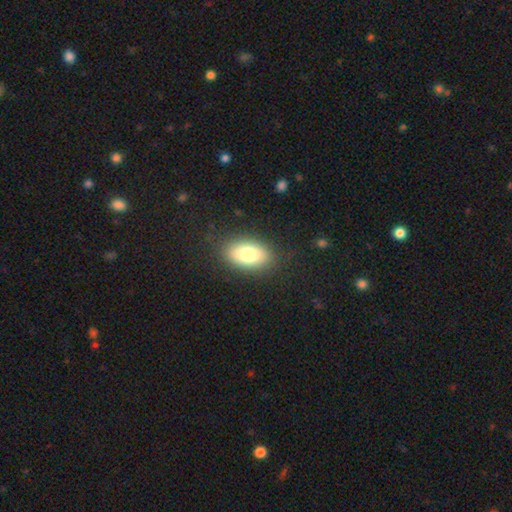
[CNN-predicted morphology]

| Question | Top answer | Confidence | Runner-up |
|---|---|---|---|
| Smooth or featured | smooth | 80% | featured or disk (12%) |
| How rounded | in between | 90% | round (5%) |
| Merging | none | 88% | minor disturbance (9%) |